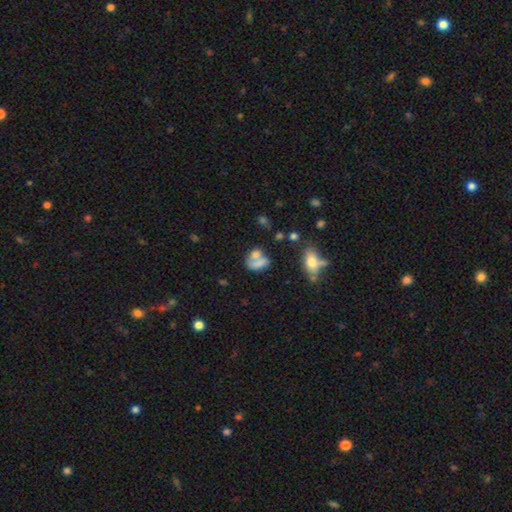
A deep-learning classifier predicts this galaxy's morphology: smooth 67%, featured or disk 21%, star or artifact 12%. Down the decision tree: how rounded — in between (65%); merging — merger (46%).